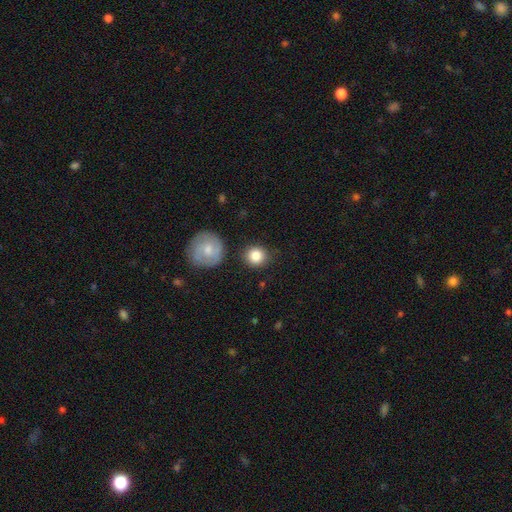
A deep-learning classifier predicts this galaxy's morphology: A smooth galaxy with no disk features (84%) that is round (90%).

Vote fractions:
- Smooth or featured? smooth: 84% / featured or disk: 9% / star or artifact: 8%
- How rounded? round: 90% / in between: 9% / cigar-shaped: 1%
- Merging? none: 83% / minor disturbance: 10% / merger: 4% / major disturbance: 3%